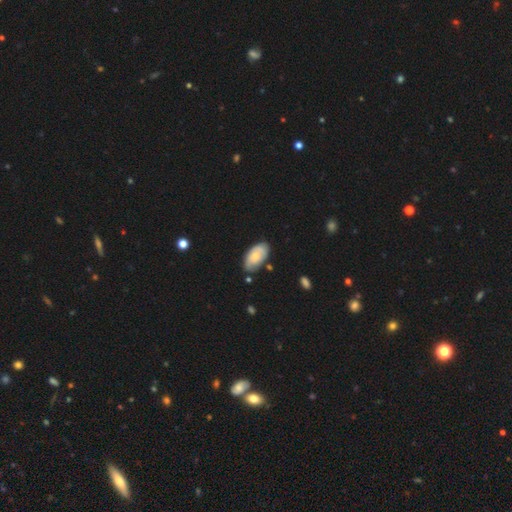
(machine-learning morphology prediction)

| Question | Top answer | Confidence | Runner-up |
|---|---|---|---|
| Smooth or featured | smooth | 56% | featured or disk (38%) |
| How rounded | in between | 94% | round (3%) |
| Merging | none | 71% | minor disturbance (22%) |